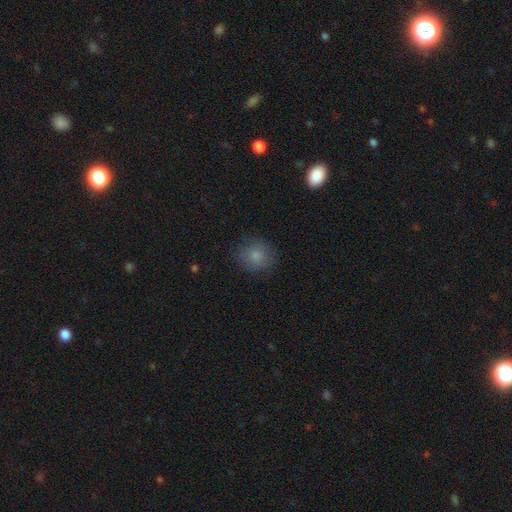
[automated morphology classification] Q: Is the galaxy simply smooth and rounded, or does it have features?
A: smooth — 83%.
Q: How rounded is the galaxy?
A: round — 83%.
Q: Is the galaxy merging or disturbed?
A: none — 83%.